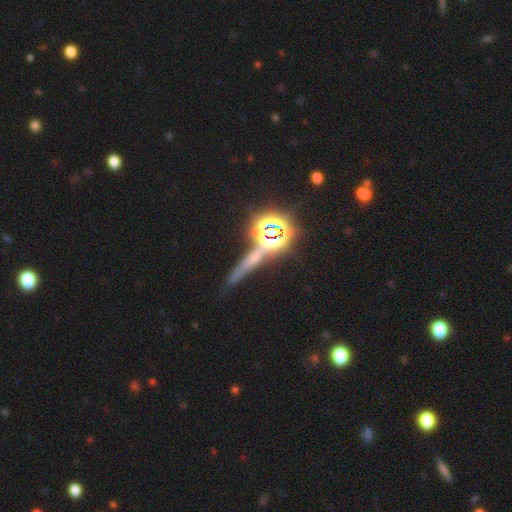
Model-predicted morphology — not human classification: Smooth or featured: star or artifact — 54% (smooth — 25%)